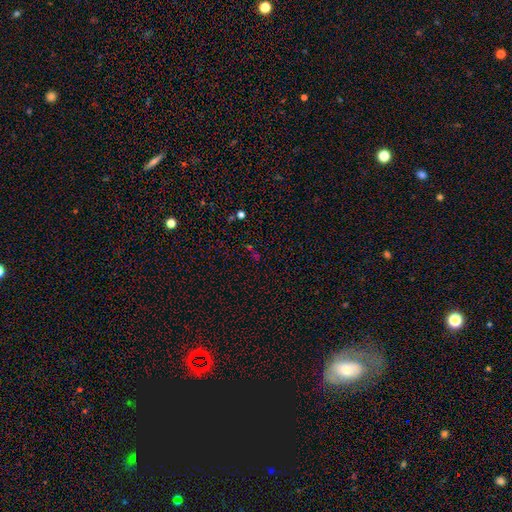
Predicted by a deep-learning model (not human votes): Q: Smooth or featured?
A: star or artifact (56%); runner-up: smooth (35%)